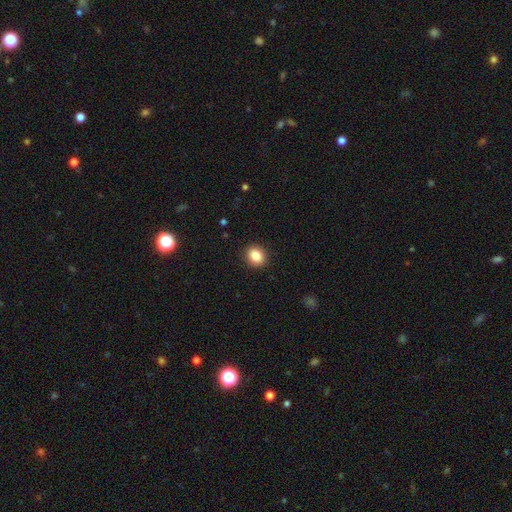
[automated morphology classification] smooth-or-featured: smooth: 87% | star or artifact: 9% | featured or disk: 4%
  how-rounded: round: 55% | in between: 44% | cigar-shaped: 1%
  merging: none: 90% | minor disturbance: 7% | major disturbance: 2% | merger: 1%